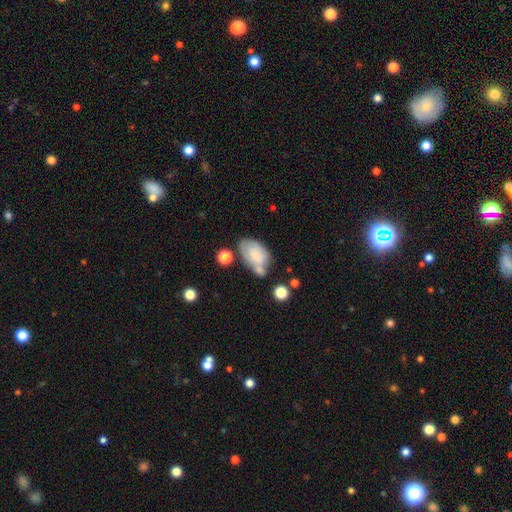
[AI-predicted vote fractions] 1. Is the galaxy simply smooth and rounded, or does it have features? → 70% smooth, 22% featured or disk, 8% star or artifact.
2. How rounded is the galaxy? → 91% in between, 7% round, 2% cigar-shaped.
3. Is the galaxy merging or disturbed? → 36% none, 27% merger, 25% minor disturbance, 12% major disturbance.